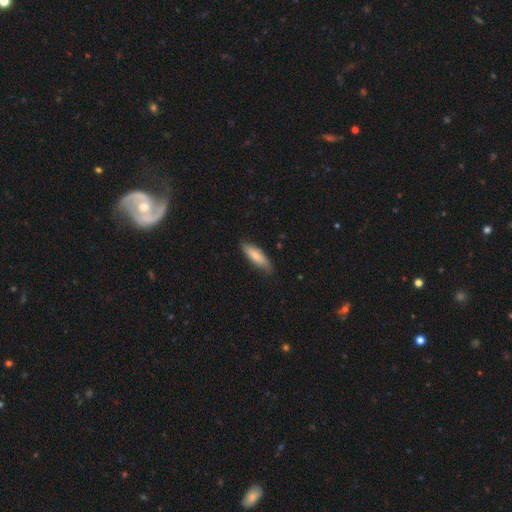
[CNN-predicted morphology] Smooth or featured?
  - smooth: 75% *
  - featured or disk: 19%
  - star or artifact: 6%
How rounded?
  - cigar-shaped: 51% *
  - in between: 47%
  - round: 2%
Merging?
  - none: 77% *
  - minor disturbance: 19%
  - major disturbance: 3%
  - merger: 1%